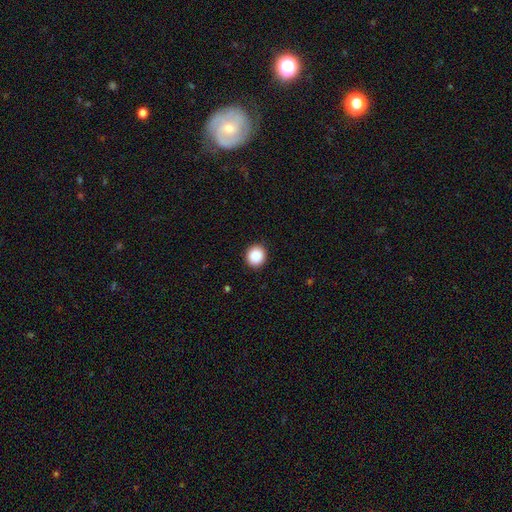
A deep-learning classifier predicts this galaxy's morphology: Overall: smooth (89%). How rounded: round (90%). Merging: none (92%).